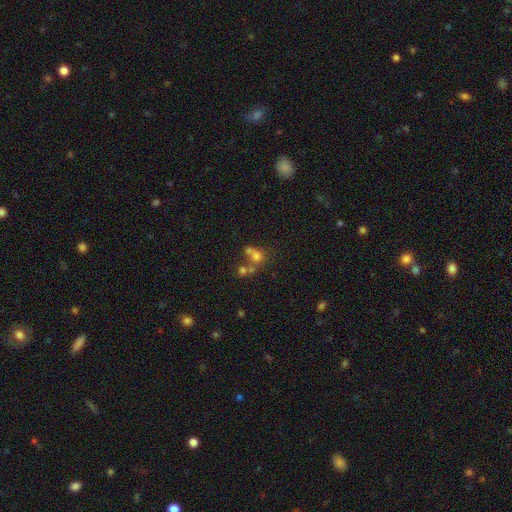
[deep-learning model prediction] A smooth galaxy with no disk features (62%) that is round (74%).

Vote fractions:
- Smooth or featured? smooth: 62% / featured or disk: 19% / star or artifact: 19%
- How rounded? round: 74% / in between: 25% / cigar-shaped: 1%
- Merging? merger: 48% / none: 35% / minor disturbance: 9% / major disturbance: 7%